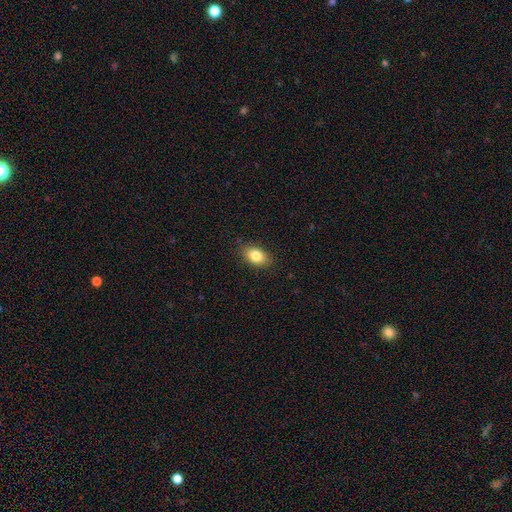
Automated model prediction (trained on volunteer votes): Overall: smooth (82%). How rounded: in between (86%). Merging: none (86%).